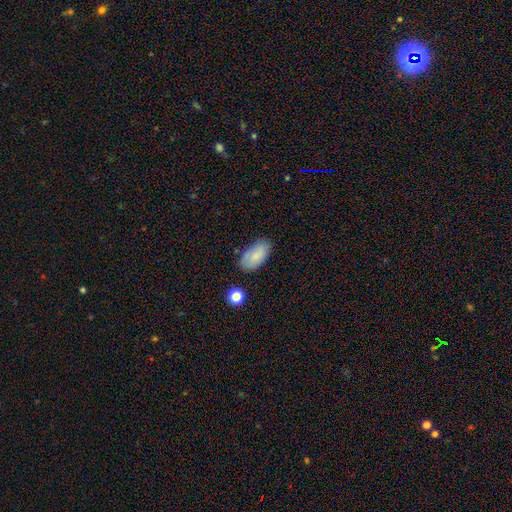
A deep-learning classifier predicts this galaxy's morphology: A smooth galaxy with no disk features (82%) that is in between round and cigar-shaped (94%).

Vote fractions:
- Smooth or featured? smooth: 82% / featured or disk: 11% / star or artifact: 7%
- How rounded? in between: 94% / cigar-shaped: 3% / round: 3%
- Merging? none: 78% / minor disturbance: 16% / major disturbance: 3% / merger: 3%